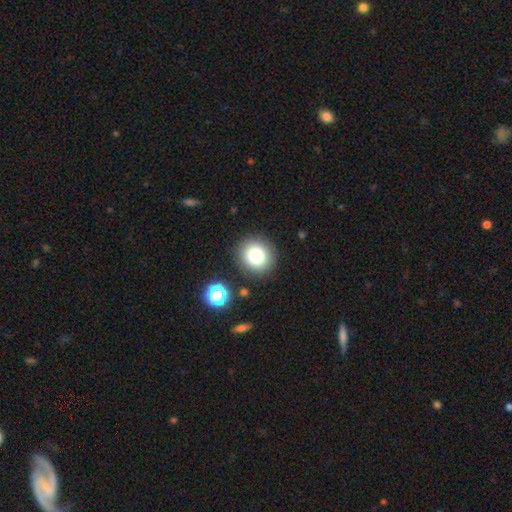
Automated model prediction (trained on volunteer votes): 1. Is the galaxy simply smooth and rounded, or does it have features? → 80% smooth, 12% star or artifact, 8% featured or disk.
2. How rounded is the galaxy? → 89% round, 11% in between, 1% cigar-shaped.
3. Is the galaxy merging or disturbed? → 88% none, 7% minor disturbance, 3% major disturbance, 3% merger.